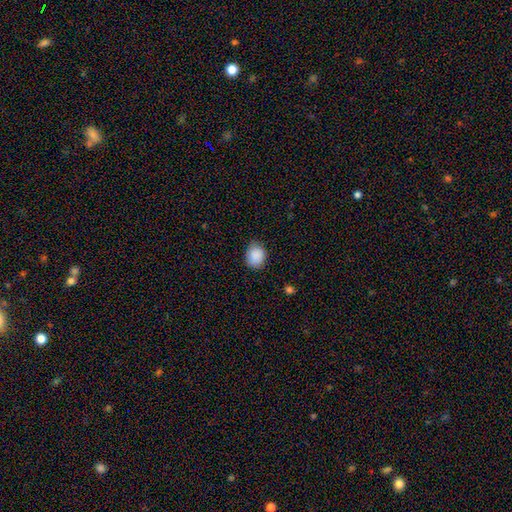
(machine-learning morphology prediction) type=smooth (89%); roundness=round (55%); merging=none (80%).